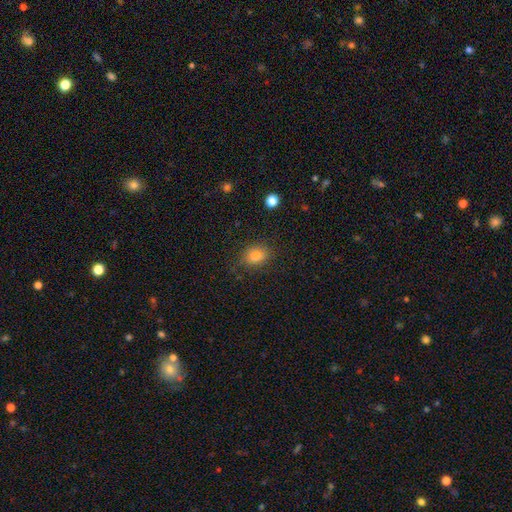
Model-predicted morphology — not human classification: Q: Smooth or featured?
A: smooth (81%); runner-up: star or artifact (11%)
Q: How rounded?
A: in between (51%); runner-up: round (48%)
Q: Merging?
A: none (81%); runner-up: minor disturbance (14%)